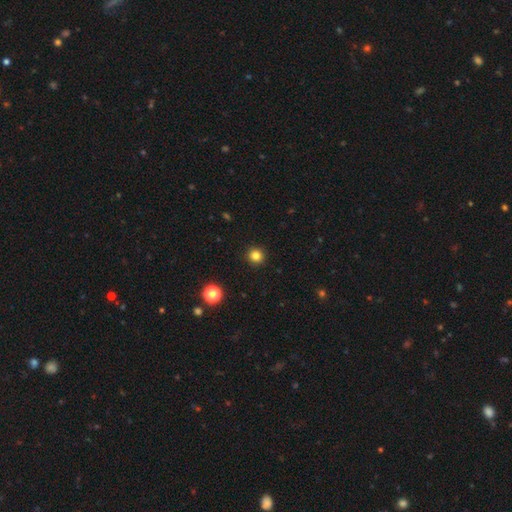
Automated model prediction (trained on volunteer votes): This is clearly a smooth galaxy (82%). How rounded: clearly round (95%). Merging: clearly none (93%).